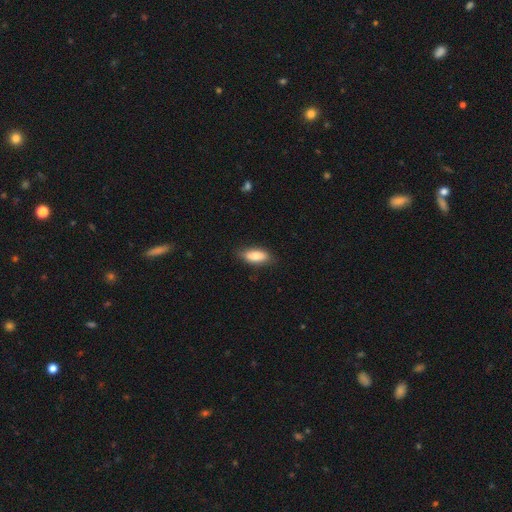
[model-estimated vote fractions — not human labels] Smooth or featured?
  - smooth: 79% *
  - featured or disk: 14%
  - star or artifact: 6%
How rounded?
  - in between: 82% *
  - cigar-shaped: 16%
  - round: 3%
Merging?
  - none: 82% *
  - minor disturbance: 15%
  - major disturbance: 3%
  - merger: 1%